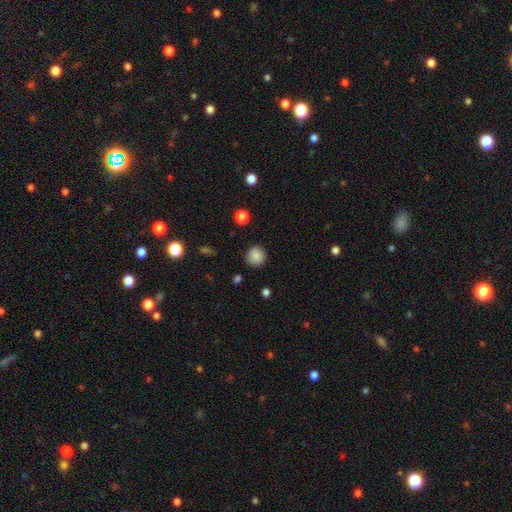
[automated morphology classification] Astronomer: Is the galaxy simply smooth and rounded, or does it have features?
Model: smooth — 86%.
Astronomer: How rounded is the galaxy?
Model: round — 92%.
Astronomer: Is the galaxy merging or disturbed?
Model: none — 87%.